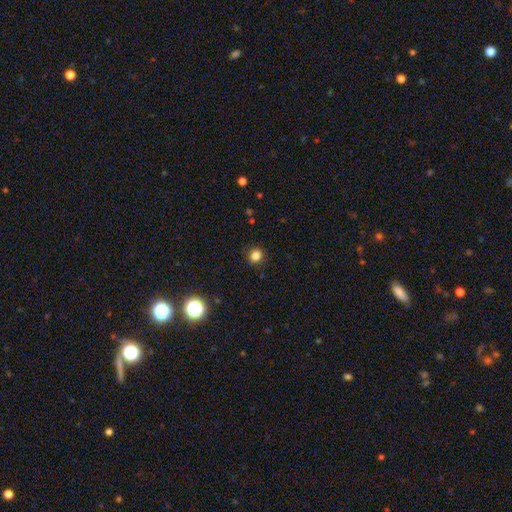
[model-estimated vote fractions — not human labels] Q: Smooth or featured?
A: smooth (83%); runner-up: star or artifact (13%)
Q: How rounded?
A: round (79%); runner-up: in between (20%)
Q: Merging?
A: none (88%); runner-up: minor disturbance (8%)